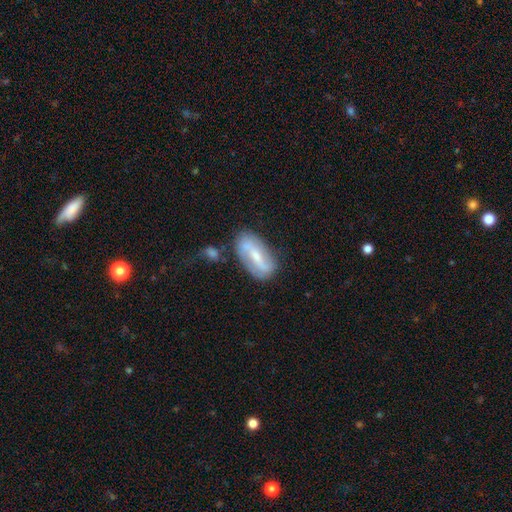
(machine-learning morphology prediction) type=featured or disk (68%); edge-on=no (89%); bar=strong (54%); spiral arms=yes (77%); bulge=small (54%); merging=none (73%).